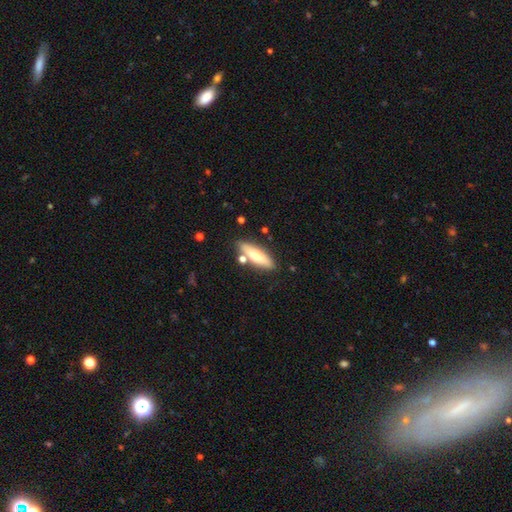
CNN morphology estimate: Q: Smooth or featured?
A: smooth (62%); runner-up: featured or disk (31%)
Q: How rounded?
A: cigar-shaped (62%); runner-up: in between (36%)
Q: Merging?
A: none (78%); runner-up: minor disturbance (12%)